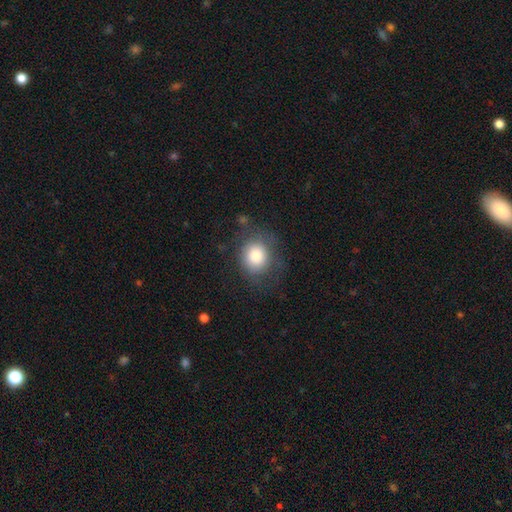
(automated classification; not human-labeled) Smooth or featured?
  - smooth: 81% *
  - featured or disk: 10%
  - star or artifact: 9%
How rounded?
  - round: 72% *
  - in between: 27%
  - cigar-shaped: 1%
Merging?
  - none: 69% *
  - minor disturbance: 19%
  - major disturbance: 10%
  - merger: 2%